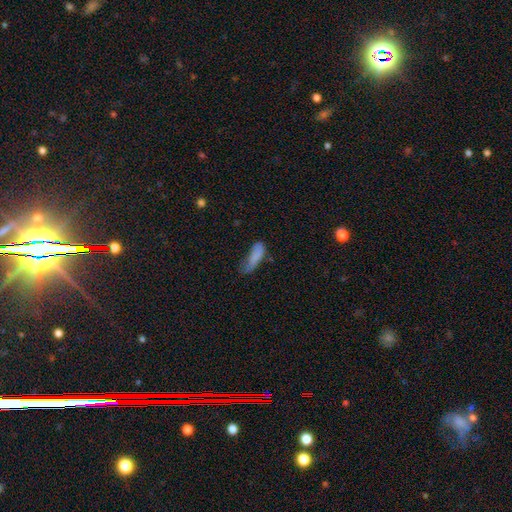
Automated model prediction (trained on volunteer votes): smooth_or_featured: smooth (p=0.79) [alt: featured or disk p=0.12]
how_rounded: in between (p=0.58) [alt: cigar-shaped p=0.40]
merging: minor disturbance (p=0.38) [alt: none p=0.32]